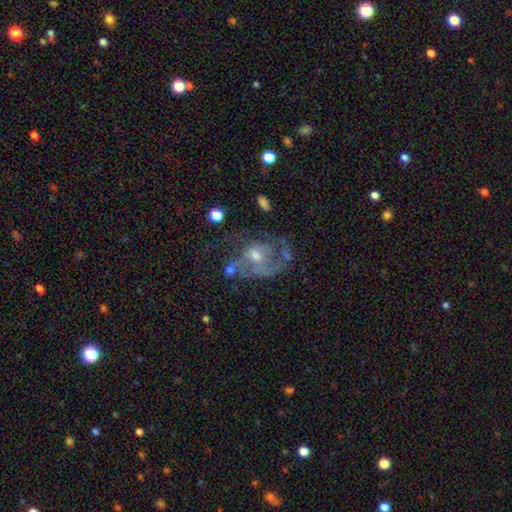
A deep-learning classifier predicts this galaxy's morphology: This appears to be a featured or disk galaxy (74%) with no bar (62%), 2 (33%) medium (43%) spiral arms (73%) and a small central bulge (45%, tied with moderate). Merging: none (37%).